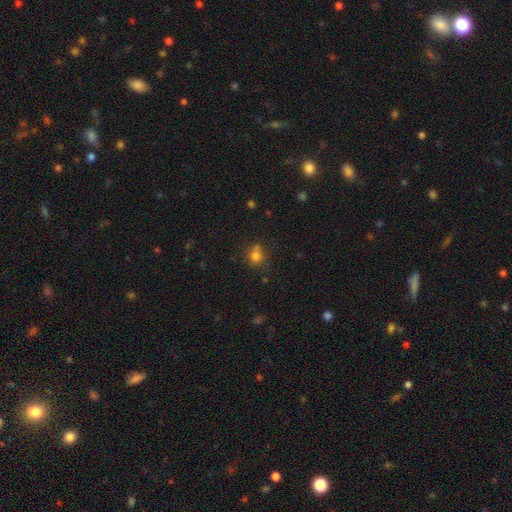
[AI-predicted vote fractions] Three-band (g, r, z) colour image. It shows a smooth galaxy with no disk features (78%) that is round (83%). Merging: none (60%).